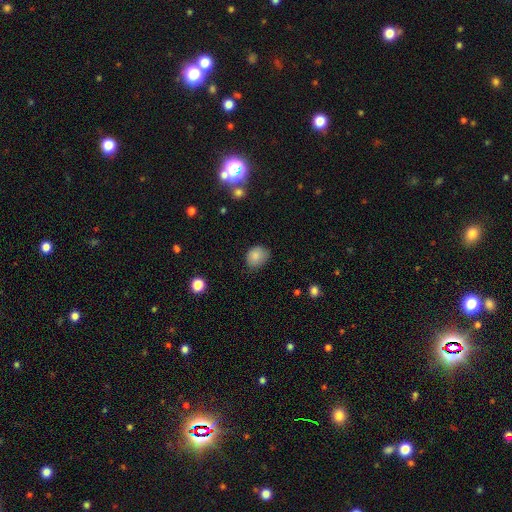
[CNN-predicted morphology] type=smooth (84%); roundness=in between (52%); merging=none (63%).